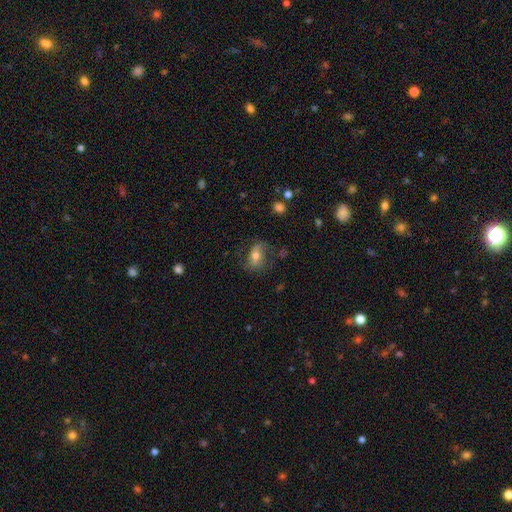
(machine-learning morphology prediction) Overall: smooth (58%; featured or disk 33%). How rounded: in between (79%). Merging: none (65%).